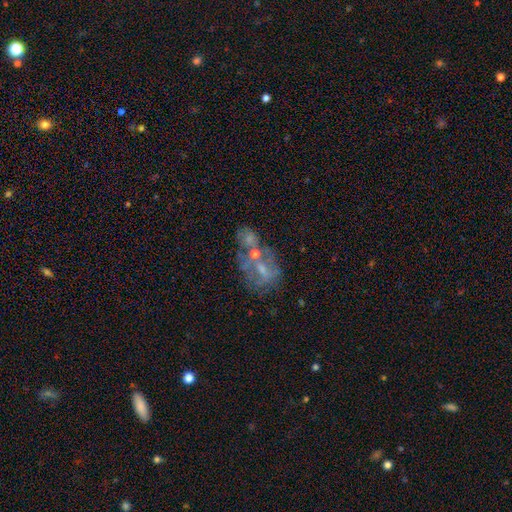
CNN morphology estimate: type=featured or disk (58%); edge-on=no (95%); bar=no (56%); spiral arms=no (67%); bulge=small (45%); merging=merger (35%).